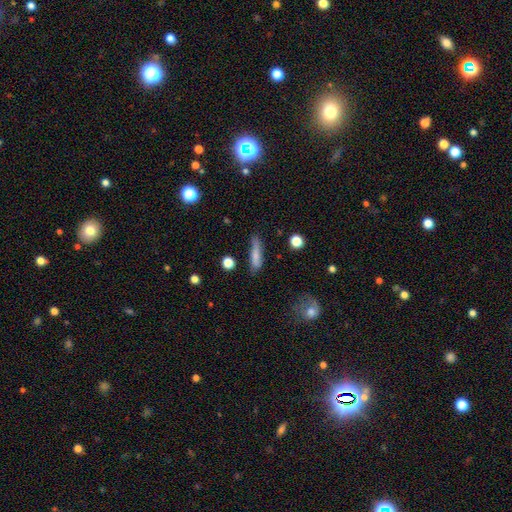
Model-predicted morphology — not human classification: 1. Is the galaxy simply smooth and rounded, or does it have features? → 74% smooth, 18% featured or disk, 8% star or artifact.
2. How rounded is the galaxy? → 76% cigar-shaped, 21% in between, 3% round.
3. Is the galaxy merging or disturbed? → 65% none, 24% minor disturbance, 7% major disturbance, 4% merger.